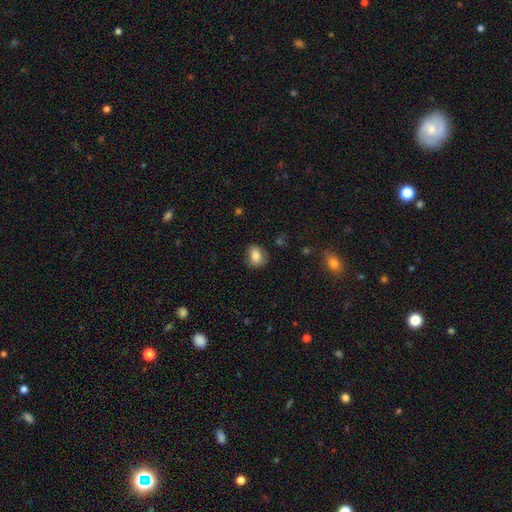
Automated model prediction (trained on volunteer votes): Smooth or featured: smooth — 81% (featured or disk — 10%)
How rounded: in between — 59% (round — 40%)
Merging: none — 75% (minor disturbance — 19%)